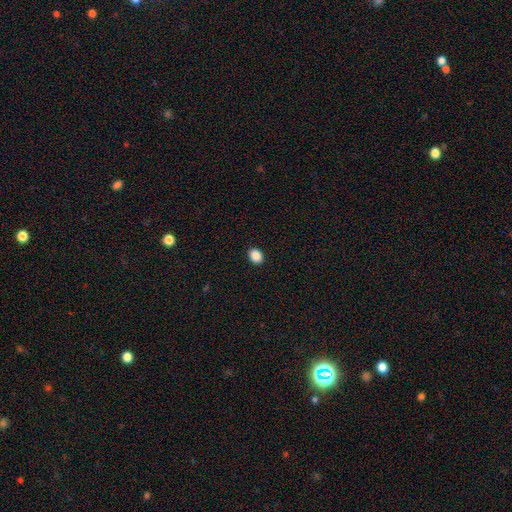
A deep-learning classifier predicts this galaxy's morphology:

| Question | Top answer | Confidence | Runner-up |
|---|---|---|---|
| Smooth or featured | smooth | 89% | star or artifact (8%) |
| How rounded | in between | 64% | round (35%) |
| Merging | none | 92% | minor disturbance (6%) |